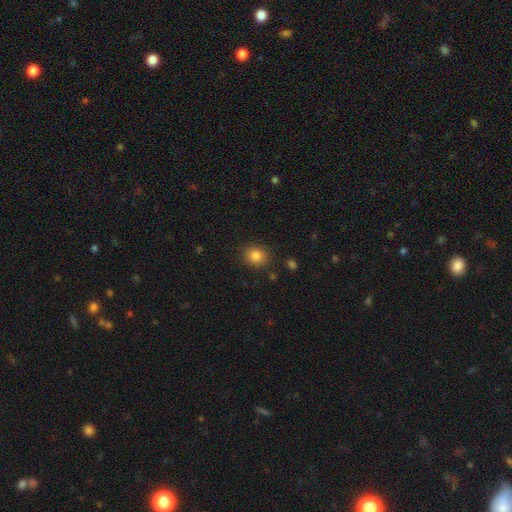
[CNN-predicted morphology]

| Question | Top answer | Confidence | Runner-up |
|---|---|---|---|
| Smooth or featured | smooth | 83% | star or artifact (11%) |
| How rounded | round | 71% | in between (28%) |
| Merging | none | 88% | minor disturbance (8%) |